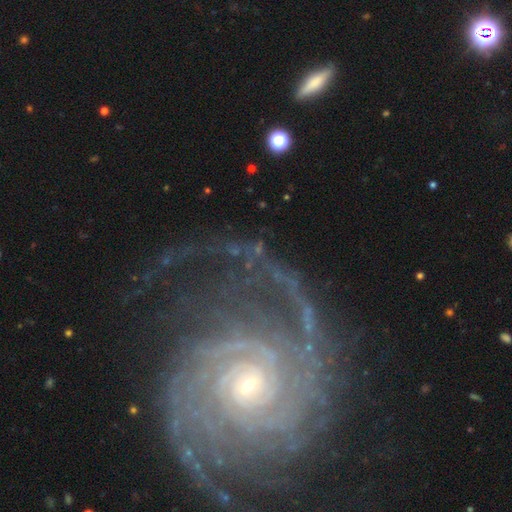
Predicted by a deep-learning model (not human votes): featured or disk 89%, star or artifact 7%, smooth 4%. Down the decision tree: edge-on disk — no (97%); bar — no (67%); spiral arms — yes (97%); spiral arm count — 2 (34%); spiral winding — tight (66%); bulge size — small (76%); merging — none (65%).